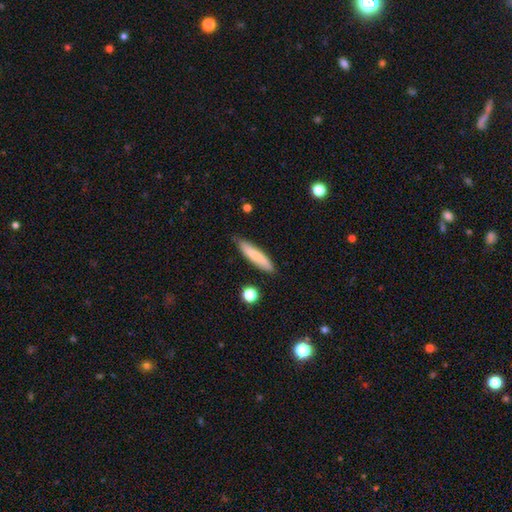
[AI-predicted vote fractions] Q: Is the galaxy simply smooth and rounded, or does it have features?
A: smooth — 76%.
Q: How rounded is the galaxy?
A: cigar-shaped — 84%.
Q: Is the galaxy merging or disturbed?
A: none — 82%.